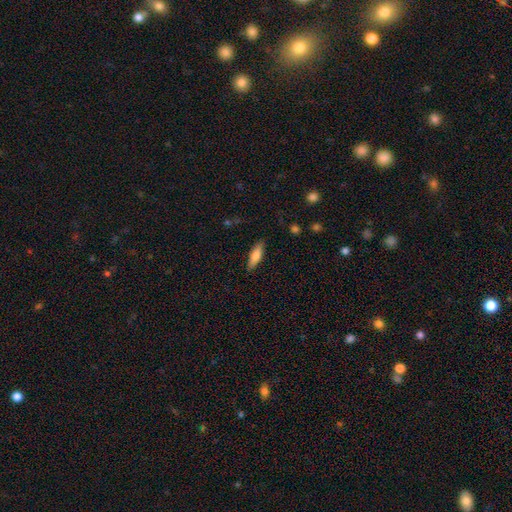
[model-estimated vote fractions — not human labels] Smooth or featured? smooth (72%)
How rounded? cigar-shaped (55%)
Merging? none (86%)